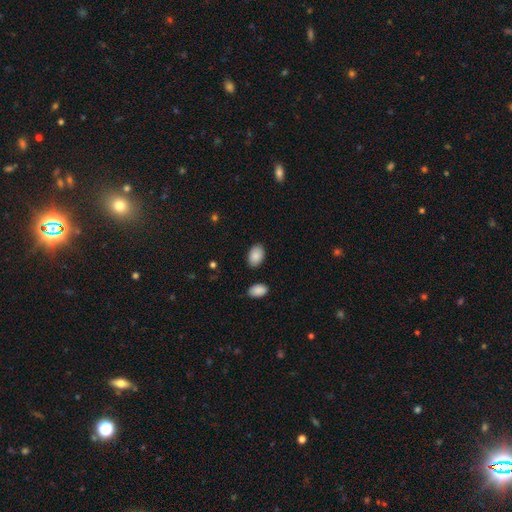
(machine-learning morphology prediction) Smooth or featured: smooth — 89% (star or artifact — 7%)
How rounded: in between — 90% (round — 9%)
Merging: none — 86% (minor disturbance — 9%)